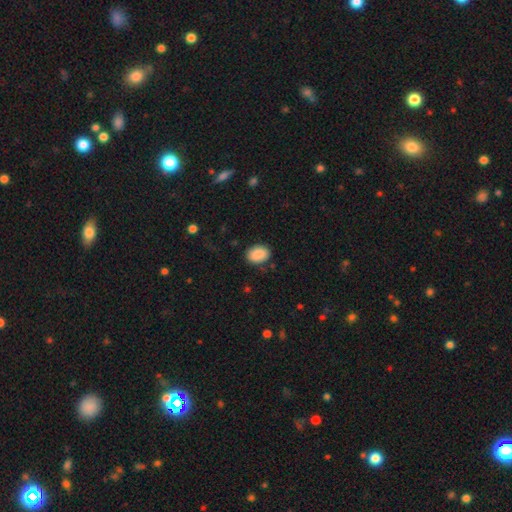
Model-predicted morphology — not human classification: Q: Smooth or featured?
A: smooth (89%); runner-up: star or artifact (7%)
Q: How rounded?
A: in between (80%); runner-up: round (19%)
Q: Merging?
A: none (84%); runner-up: minor disturbance (12%)